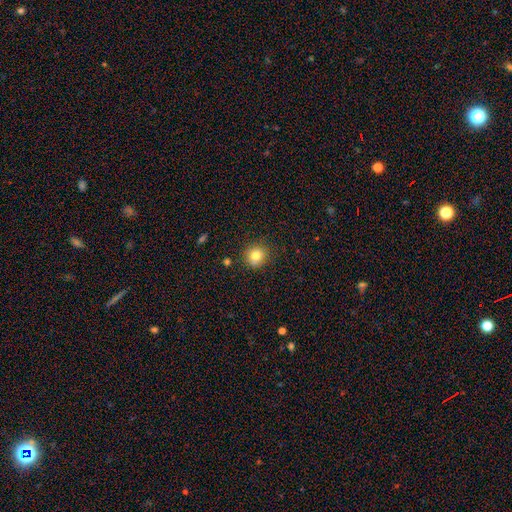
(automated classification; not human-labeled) Q: Smooth or featured?
A: smooth (80%); runner-up: star or artifact (12%)
Q: How rounded?
A: round (89%); runner-up: in between (10%)
Q: Merging?
A: none (85%); runner-up: minor disturbance (9%)